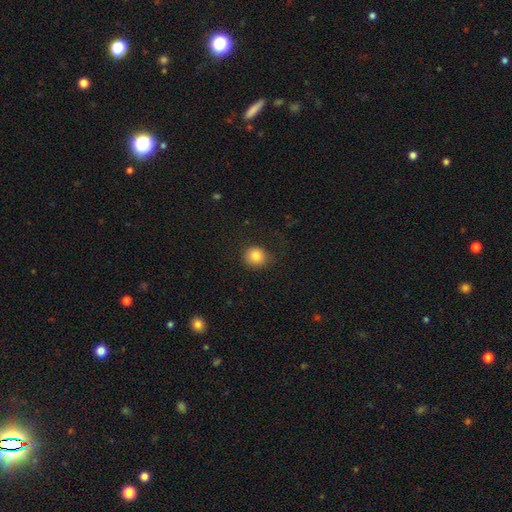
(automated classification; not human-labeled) Q: Smooth or featured?
A: smooth (84%); runner-up: star or artifact (10%)
Q: How rounded?
A: round (85%); runner-up: in between (15%)
Q: Merging?
A: none (80%); runner-up: minor disturbance (14%)